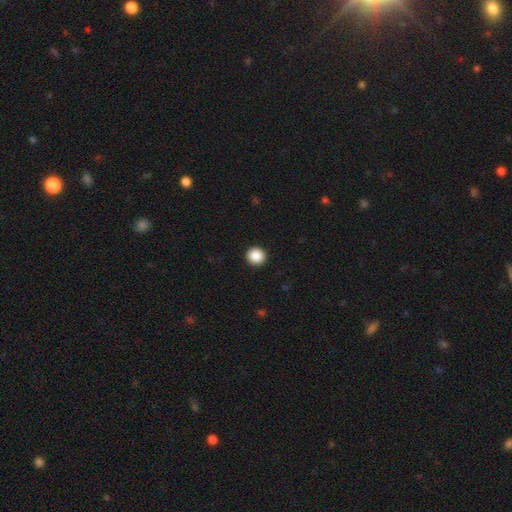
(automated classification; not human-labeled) Smooth or featured: smooth — 89% (star or artifact — 9%)
How rounded: round — 94% (in between — 5%)
Merging: none — 93% (minor disturbance — 4%)